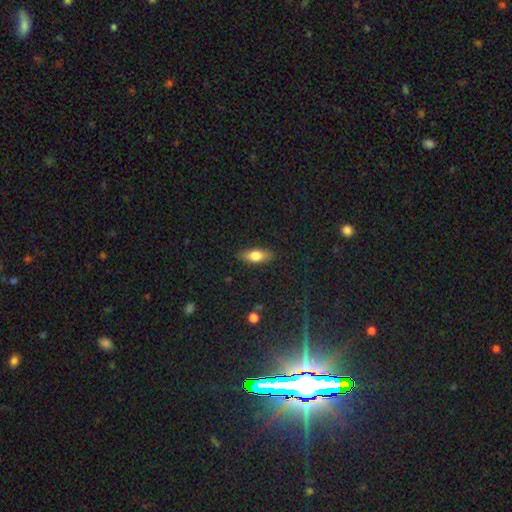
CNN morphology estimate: Smooth or featured? smooth (71%)
How rounded? in between (73%)
Merging? none (85%)